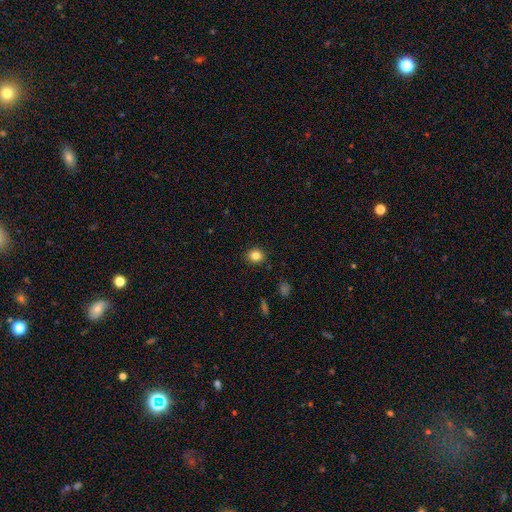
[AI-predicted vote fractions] smooth_or_featured: smooth (p=0.83) [alt: star or artifact p=0.11]
how_rounded: round (p=0.76) [alt: in between p=0.23]
merging: none (p=0.90) [alt: minor disturbance p=0.07]